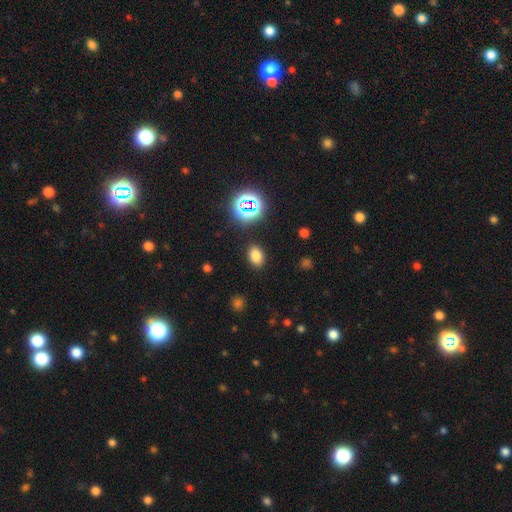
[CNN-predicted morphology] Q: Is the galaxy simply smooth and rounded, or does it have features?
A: smooth — 75%.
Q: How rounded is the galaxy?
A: in between — 81%.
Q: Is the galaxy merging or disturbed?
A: none — 87%.